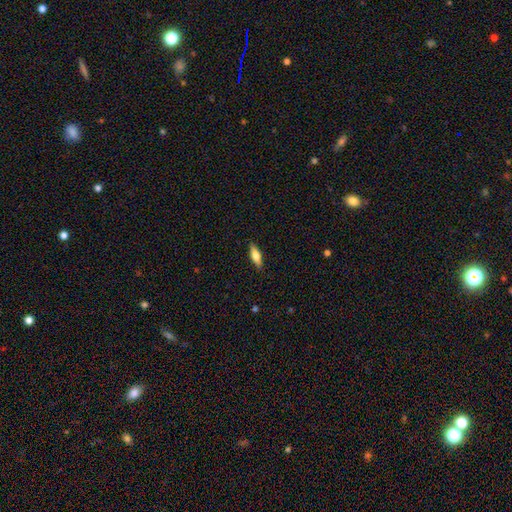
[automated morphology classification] type=smooth (66%); roundness=in between (58%); merging=none (89%).